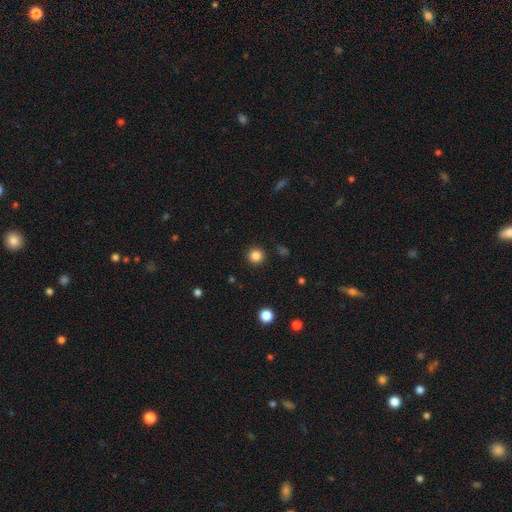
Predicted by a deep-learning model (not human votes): Q: Smooth or featured?
A: smooth (84%); runner-up: star or artifact (12%)
Q: How rounded?
A: round (95%); runner-up: in between (4%)
Q: Merging?
A: none (92%); runner-up: minor disturbance (5%)